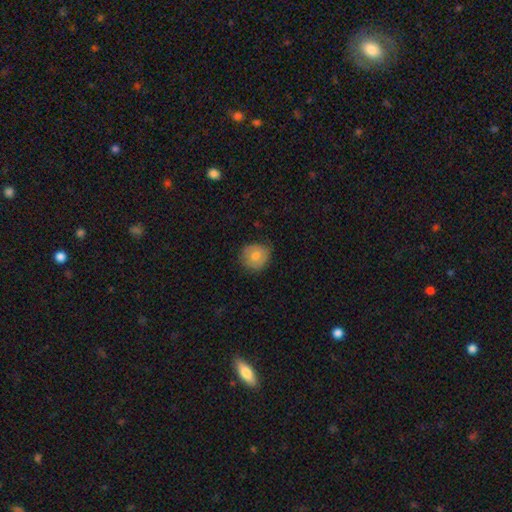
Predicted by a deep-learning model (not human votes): The model was most divided on "smooth or featured": smooth: 68%, featured or disk: 23%, star or artifact: 8%. More confident: how rounded — round (85%); merging — none (75%).